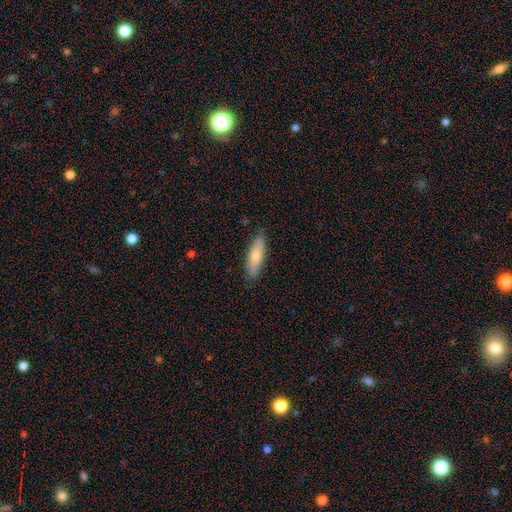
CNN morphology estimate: smooth_or_featured: smooth (p=0.73) [alt: featured or disk p=0.21]
how_rounded: in between (p=0.50) [alt: cigar-shaped p=0.48]
merging: none (p=0.82) [alt: minor disturbance p=0.14]